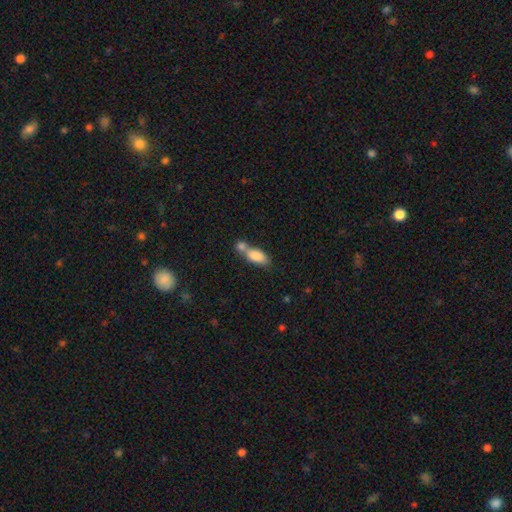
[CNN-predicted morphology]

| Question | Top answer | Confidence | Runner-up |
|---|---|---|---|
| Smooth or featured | smooth | 82% | featured or disk (11%) |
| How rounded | in between | 81% | cigar-shaped (15%) |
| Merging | merger | 55% | none (30%) |